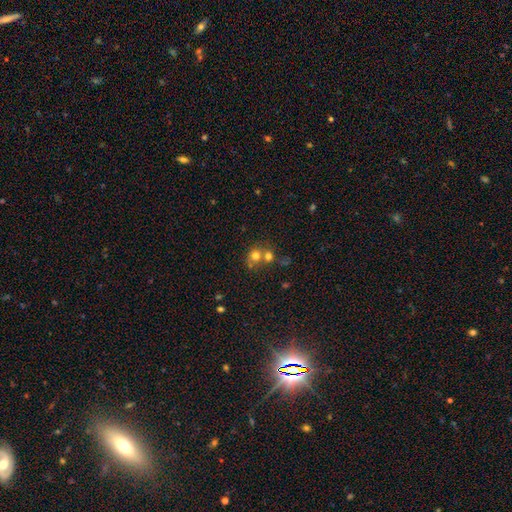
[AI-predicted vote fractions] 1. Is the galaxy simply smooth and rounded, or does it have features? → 71% smooth, 15% star or artifact, 14% featured or disk.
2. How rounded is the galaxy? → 82% round, 17% in between, 1% cigar-shaped.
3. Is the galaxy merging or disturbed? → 47% merger, 43% none, 7% minor disturbance, 4% major disturbance.